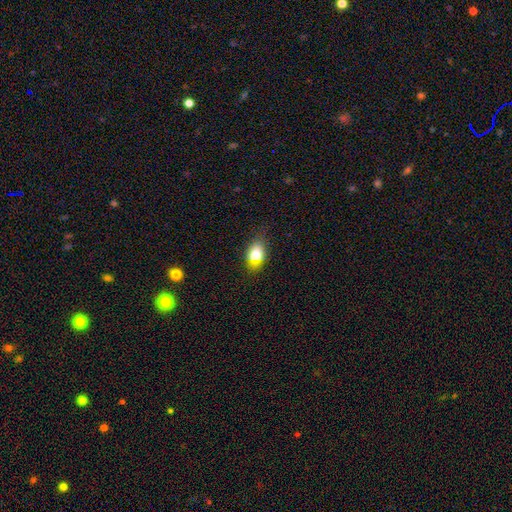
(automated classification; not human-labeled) Smooth or featured: smooth — 78% (featured or disk — 12%)
How rounded: in between — 79% (round — 18%)
Merging: none — 78% (minor disturbance — 17%)